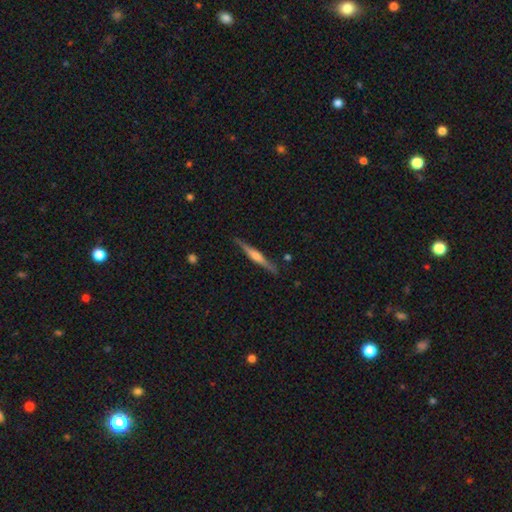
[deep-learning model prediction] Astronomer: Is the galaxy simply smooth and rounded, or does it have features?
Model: featured or disk — 72%.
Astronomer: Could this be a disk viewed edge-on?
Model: yes — 98%.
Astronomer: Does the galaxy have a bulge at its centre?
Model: rounded — 69%.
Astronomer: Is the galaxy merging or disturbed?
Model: none — 89%.